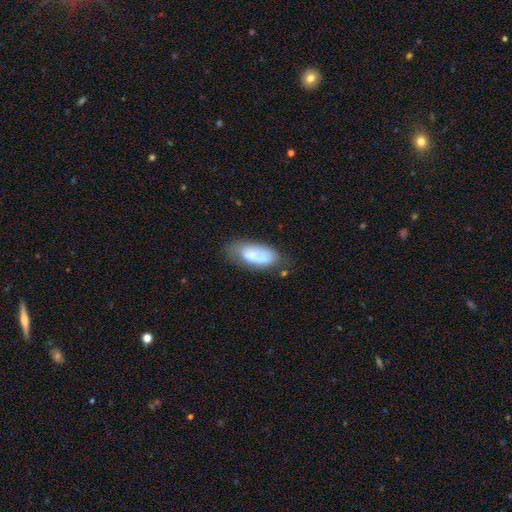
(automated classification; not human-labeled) smooth-or-featured: smooth: 58% | featured or disk: 34% | star or artifact: 8%
  how-rounded: in between: 88% | cigar-shaped: 8% | round: 3%
  merging: none: 54% | minor disturbance: 24% | merger: 11% | major disturbance: 11%